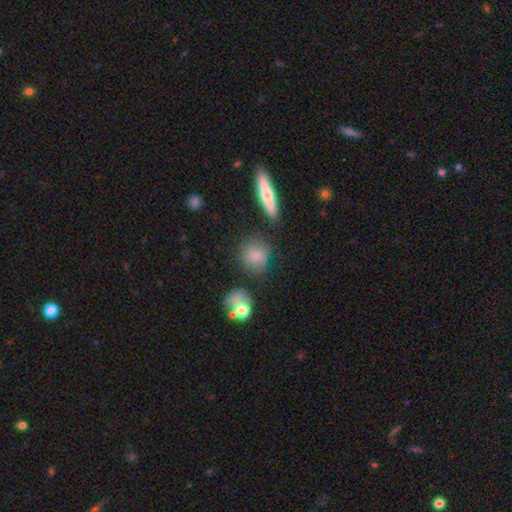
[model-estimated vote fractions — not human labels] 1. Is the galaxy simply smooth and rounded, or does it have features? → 81% smooth, 10% star or artifact, 9% featured or disk.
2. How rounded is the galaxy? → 75% round, 22% in between, 3% cigar-shaped.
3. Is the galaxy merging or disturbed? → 72% none, 15% minor disturbance, 7% merger, 6% major disturbance.